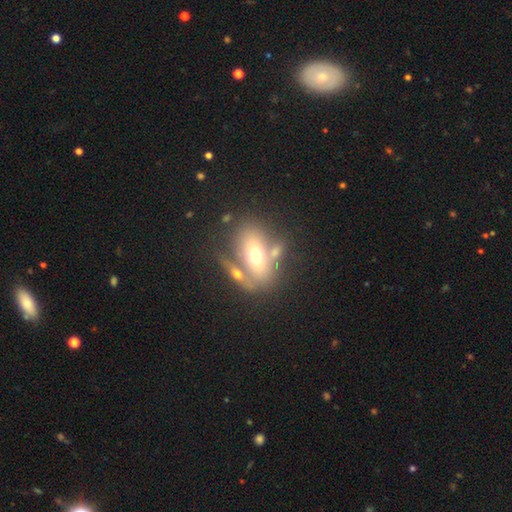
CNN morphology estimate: Overall: smooth (56%; featured or disk 35%). How rounded: in between (78%). Merging: none (47%; merger 30%).